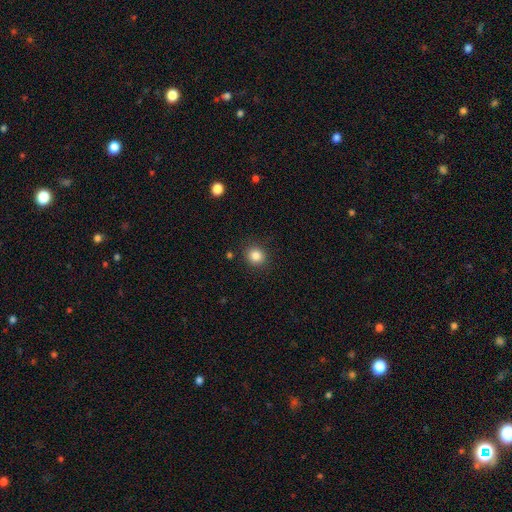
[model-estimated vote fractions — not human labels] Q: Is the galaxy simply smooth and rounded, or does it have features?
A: smooth — 84%.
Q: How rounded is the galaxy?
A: round — 84%.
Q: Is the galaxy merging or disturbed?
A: none — 88%.